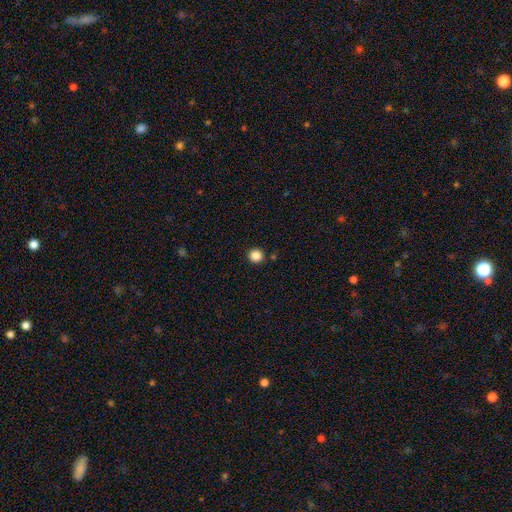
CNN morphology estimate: This appears to be a smooth galaxy with no disk features (86%) that is round (95%). Merging: none (91%).